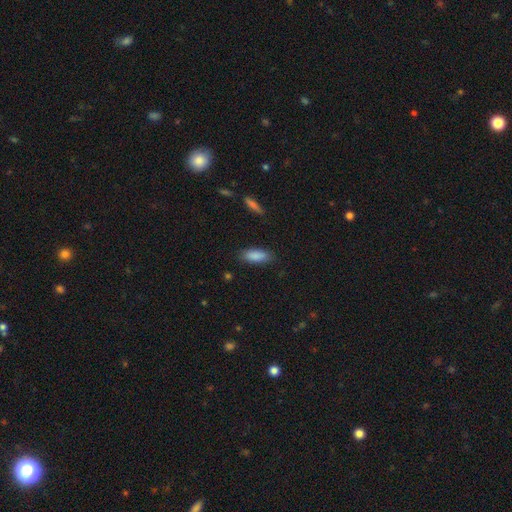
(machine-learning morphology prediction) smooth 88%, star or artifact 7%, featured or disk 5%. Down the decision tree: how rounded — in between (75%); merging — none (84%).